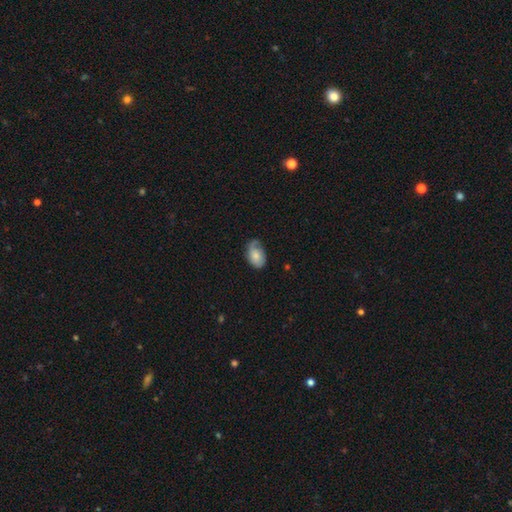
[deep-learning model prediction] Overall: smooth (62%; featured or disk 31%). How rounded: in between (88%). Merging: none (50%; minor disturbance 35%).